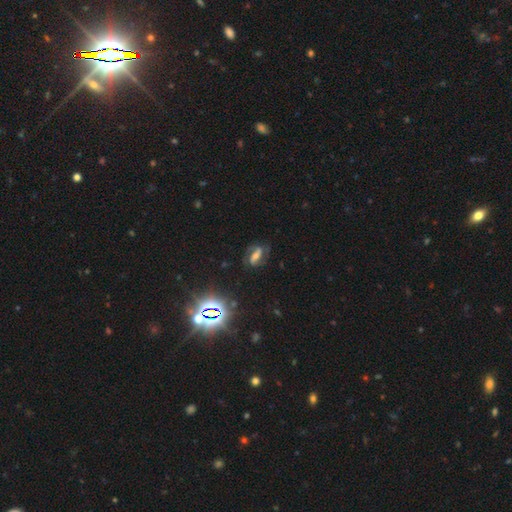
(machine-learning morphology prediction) The model was most divided on "bulge size": moderate: 42%, small: 36%, none: 10%, large: 10%, dominant: 3%. Remaining: edge-on disk — no (92%); spiral arms — yes (88%); spiral arm count — 2 (86%); merging — none (73%); smooth or featured — featured or disk (64%); bar — strong (54%); spiral winding — medium (46%).